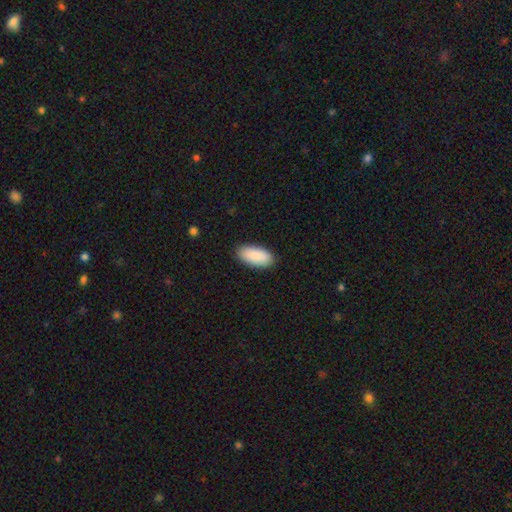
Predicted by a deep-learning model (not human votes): Smooth or featured?
  - smooth: 90% *
  - star or artifact: 6%
  - featured or disk: 4%
How rounded?
  - in between: 93% *
  - cigar-shaped: 6%
  - round: 2%
Merging?
  - none: 89% *
  - minor disturbance: 8%
  - major disturbance: 2%
  - merger: 1%